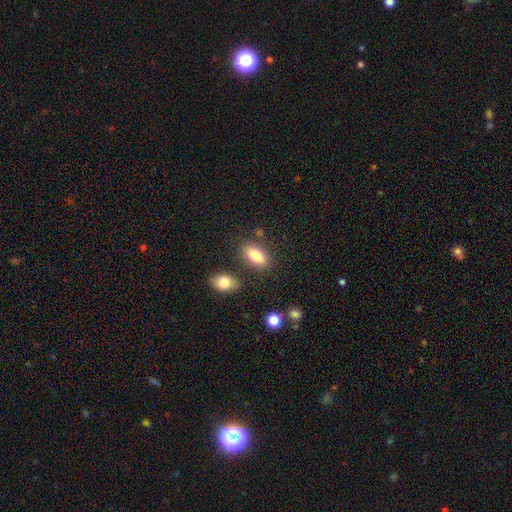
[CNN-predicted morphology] This is clearly a smooth galaxy (81%). How rounded: clearly in between (89%). Merging: likely none (79%).